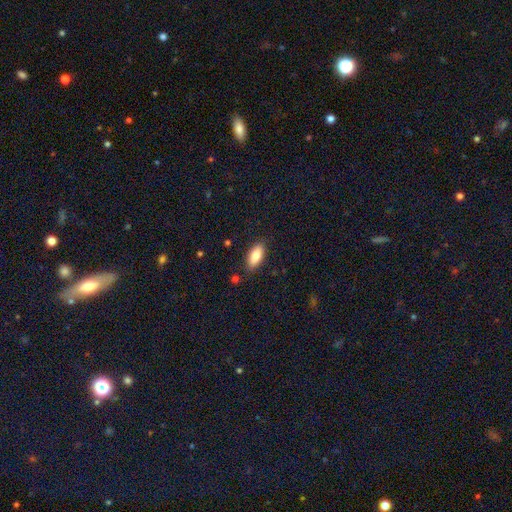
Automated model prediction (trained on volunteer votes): Morphology: type=smooth (84%); roundness=in between (83%); merging=none (85%).